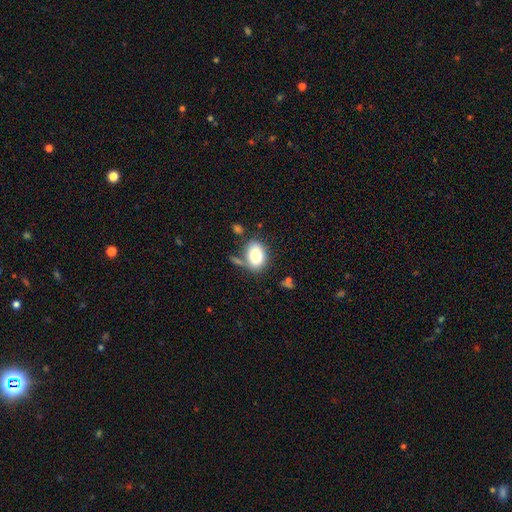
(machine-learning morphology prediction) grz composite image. It shows a smooth galaxy with no disk features (83%) that is in between round and cigar-shaped (81%). Merging: none (61%).